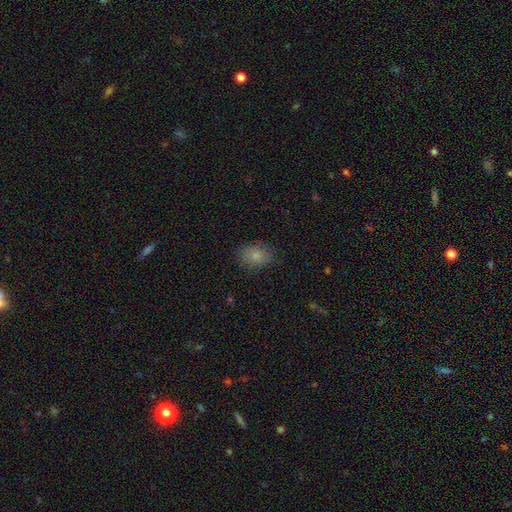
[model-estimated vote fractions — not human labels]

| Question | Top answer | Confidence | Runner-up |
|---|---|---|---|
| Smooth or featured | smooth | 83% | star or artifact (9%) |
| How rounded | in between | 63% | round (36%) |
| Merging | none | 81% | minor disturbance (14%) |